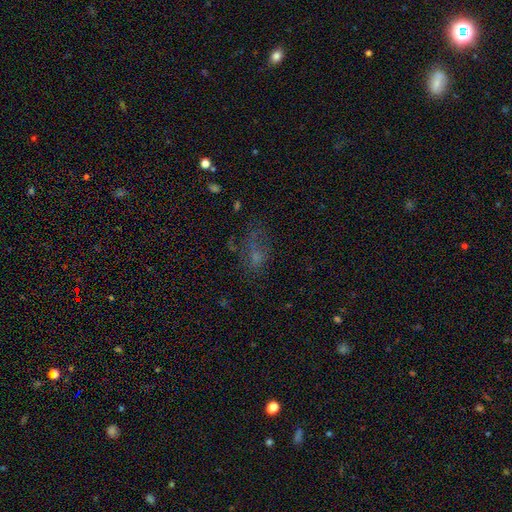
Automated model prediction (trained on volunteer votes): Q: Smooth or featured?
A: smooth (50%); runner-up: star or artifact (25%)
Q: How rounded?
A: in between (79%); runner-up: round (16%)
Q: Merging?
A: none (41%); runner-up: major disturbance (31%)